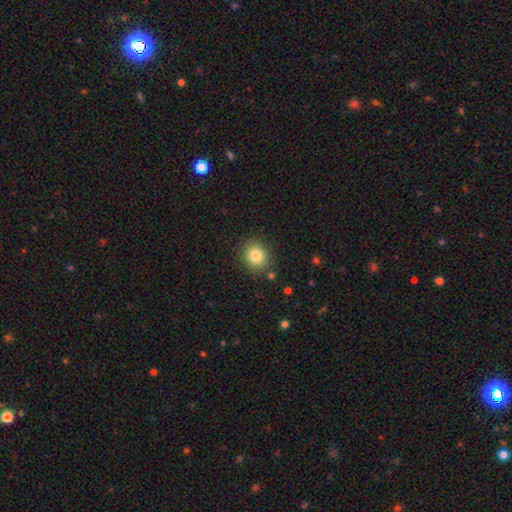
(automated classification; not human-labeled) This is clearly a smooth galaxy (83%). How rounded: likely round (74%). Merging: clearly none (86%).